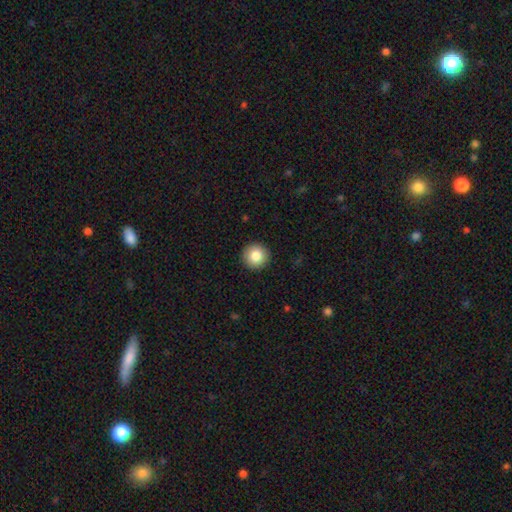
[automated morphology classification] smooth-or-featured: smooth: 84% | star or artifact: 9% | featured or disk: 7%
  how-rounded: round: 95% | in between: 4% | cigar-shaped: 1%
  merging: none: 93% | minor disturbance: 5% | major disturbance: 2% | merger: 1%